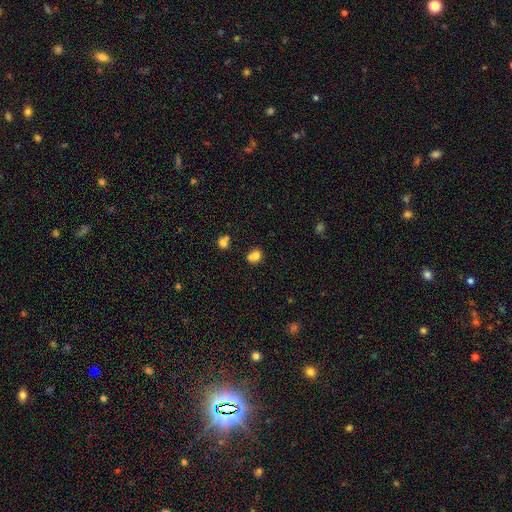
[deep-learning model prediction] Q: Smooth or featured?
A: smooth (76%); runner-up: featured or disk (12%)
Q: How rounded?
A: round (70%); runner-up: in between (29%)
Q: Merging?
A: none (43%); runner-up: merger (39%)